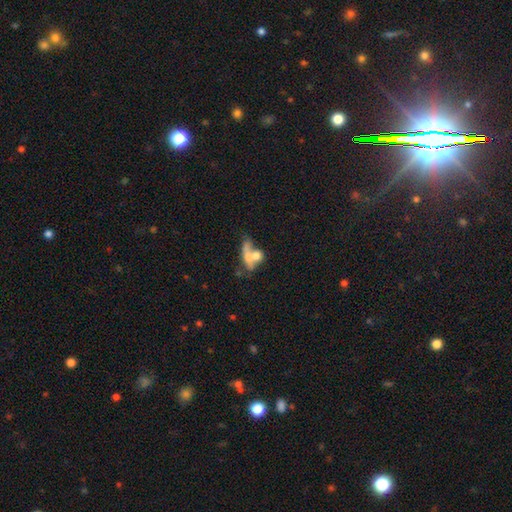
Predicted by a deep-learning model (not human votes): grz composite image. It shows a smooth galaxy with no disk features (57%) that is in between round and cigar-shaped (56%). Merging: merger (58%).